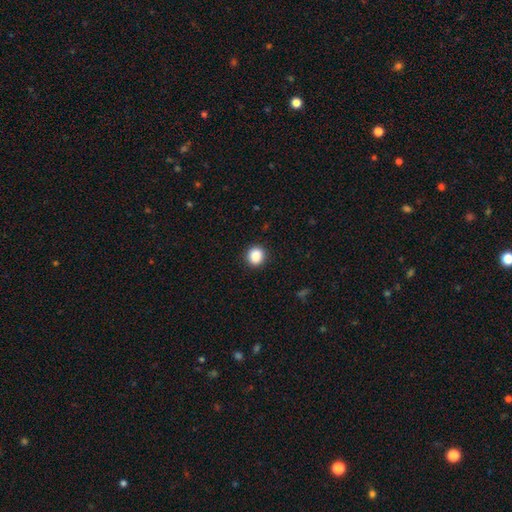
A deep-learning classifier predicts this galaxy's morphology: Overall: smooth (88%). How rounded: round (86%). Merging: none (90%).